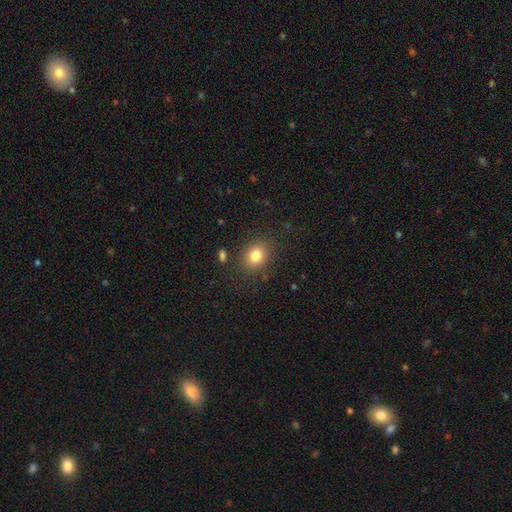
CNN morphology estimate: This appears to be a smooth galaxy with no disk features (81%) that is round (57%). Merging: none (83%).